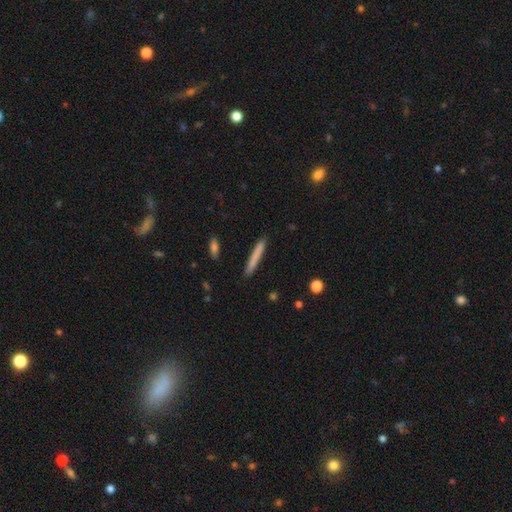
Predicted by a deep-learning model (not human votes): smooth-or-featured: smooth: 75% | featured or disk: 19% | star or artifact: 6%
  how-rounded: cigar-shaped: 96% | in between: 2% | round: 1%
  merging: none: 90% | minor disturbance: 7% | major disturbance: 1% | merger: 1%